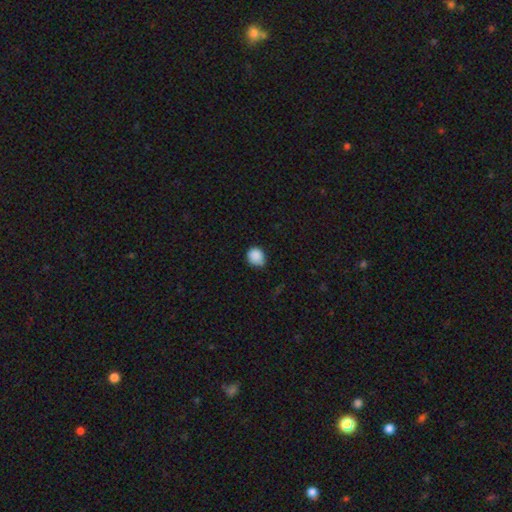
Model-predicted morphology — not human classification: This appears to be a smooth galaxy with no disk features (88%) that is round (70%). Merging: none (67%).